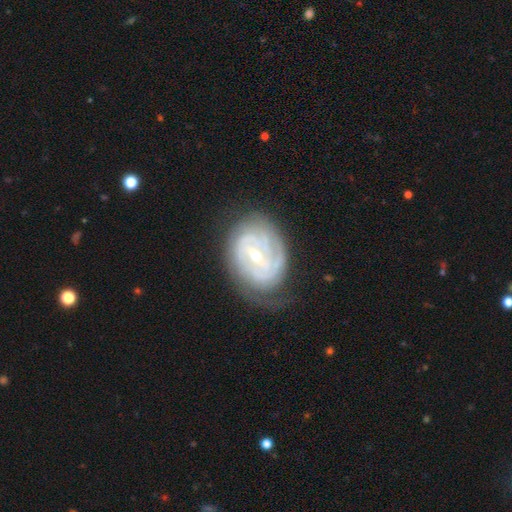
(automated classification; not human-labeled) This appears to be a featured or disk galaxy (89%) with a weak bar (48%), 2 (29%) tight (75%) spiral arms (97%) and a small central bulge (56%). Merging: none (70%).